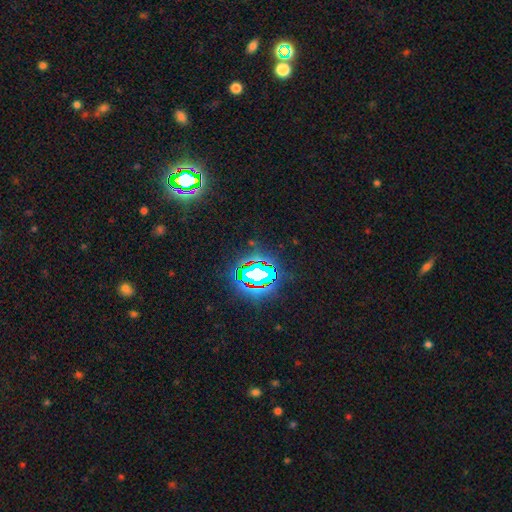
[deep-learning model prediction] A star or artifact, not a galaxy (80%).